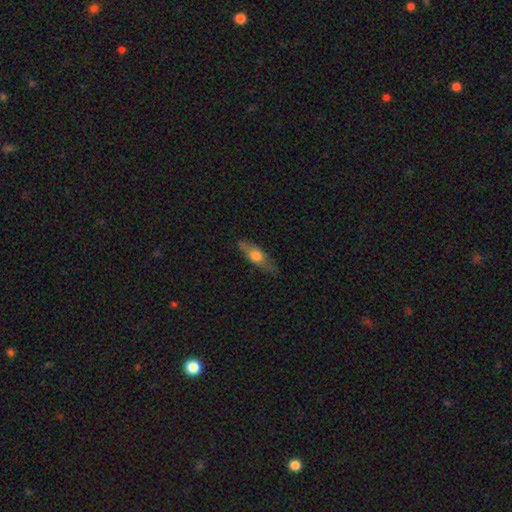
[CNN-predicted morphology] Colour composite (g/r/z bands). It shows a smooth galaxy with no disk features (53%) that is cigar-shaped (49%). Merging: none (77%).